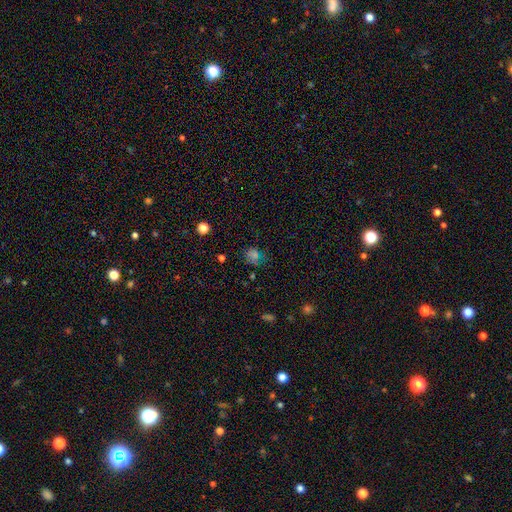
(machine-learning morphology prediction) Smooth or featured? Predicted: smooth (p=0.50). Merging? Predicted: none (p=0.66).